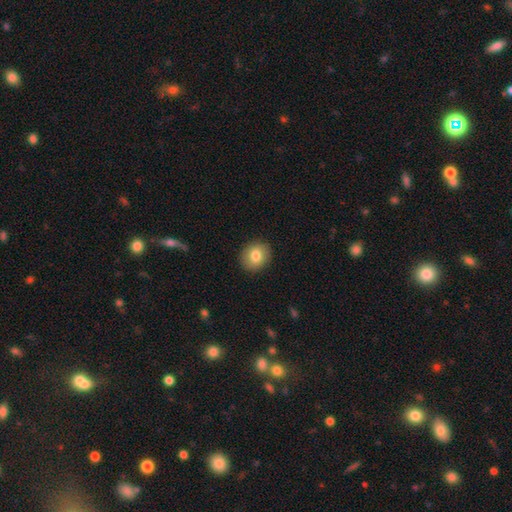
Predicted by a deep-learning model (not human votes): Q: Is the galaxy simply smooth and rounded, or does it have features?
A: smooth — 81%.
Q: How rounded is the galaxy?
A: round — 71%.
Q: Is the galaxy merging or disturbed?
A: none — 90%.